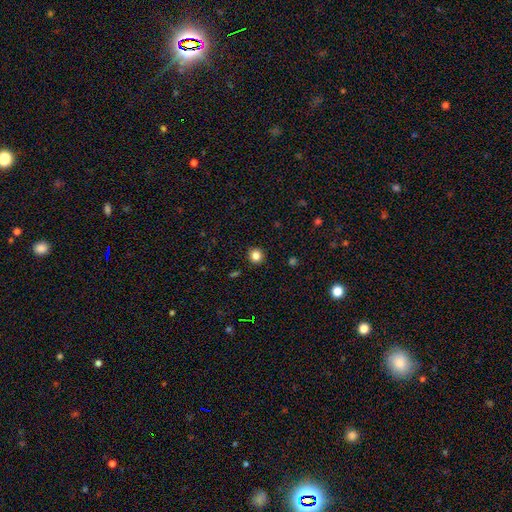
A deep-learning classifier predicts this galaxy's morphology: smooth_or_featured: smooth (p=0.83) [alt: star or artifact p=0.12]
how_rounded: round (p=0.89) [alt: in between p=0.10]
merging: none (p=0.91) [alt: minor disturbance p=0.06]